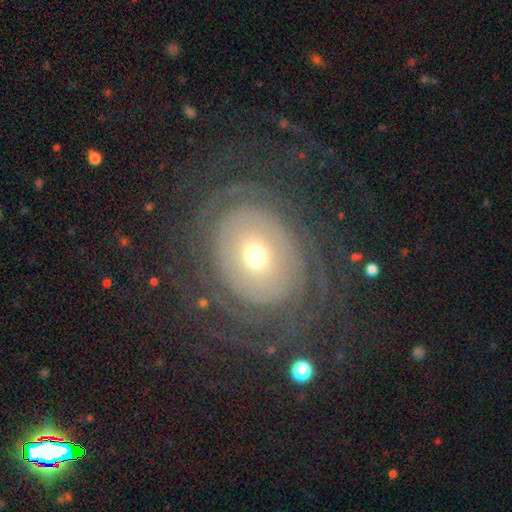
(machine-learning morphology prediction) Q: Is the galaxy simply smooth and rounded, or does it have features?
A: featured or disk — 78%.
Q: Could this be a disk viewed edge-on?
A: no — 96%.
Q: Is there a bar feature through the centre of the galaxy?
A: no — 76%.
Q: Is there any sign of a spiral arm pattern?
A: yes — 82%.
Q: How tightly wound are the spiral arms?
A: tight — 72%.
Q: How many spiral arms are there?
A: can't tell — 42%.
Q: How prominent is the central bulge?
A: moderate — 52%.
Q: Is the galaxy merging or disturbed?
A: none — 72%.